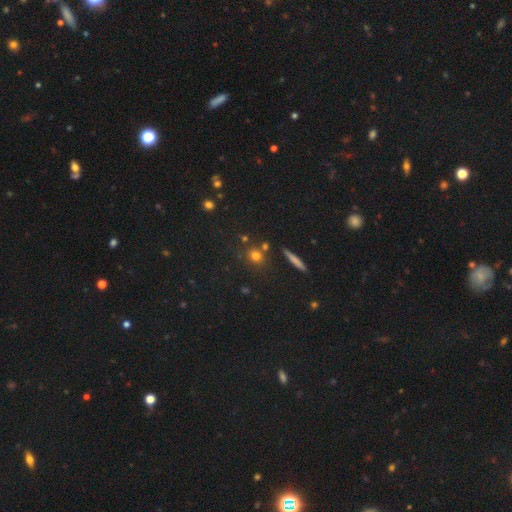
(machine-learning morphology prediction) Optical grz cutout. It shows a smooth galaxy with no disk features (73%) that is round (77%). Merging: none (76%).